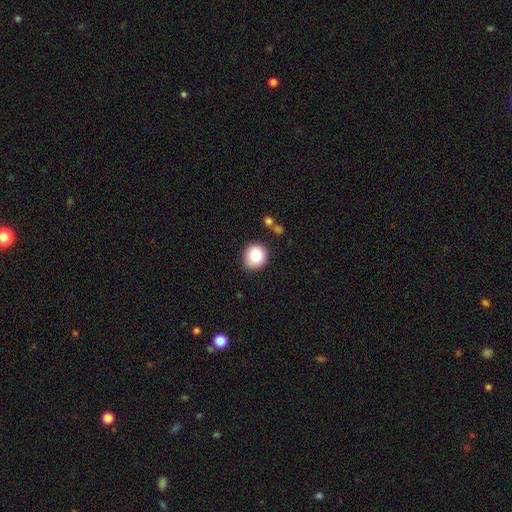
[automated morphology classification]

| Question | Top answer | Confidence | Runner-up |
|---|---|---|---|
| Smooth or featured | smooth | 87% | star or artifact (8%) |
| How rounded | round | 78% | in between (21%) |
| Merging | none | 78% | minor disturbance (15%) |